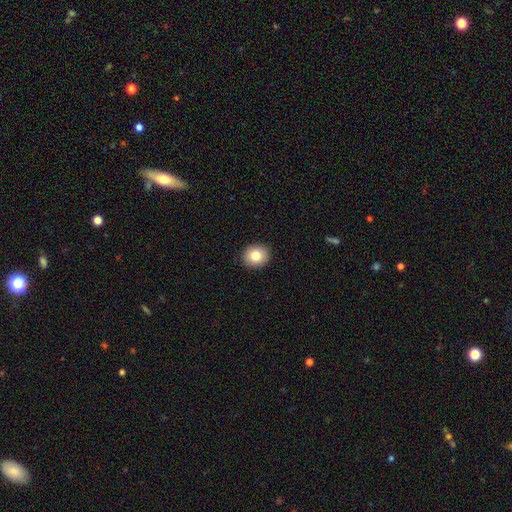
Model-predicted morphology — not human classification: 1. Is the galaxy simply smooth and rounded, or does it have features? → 82% smooth, 9% star or artifact, 9% featured or disk.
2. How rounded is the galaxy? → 76% round, 23% in between, 1% cigar-shaped.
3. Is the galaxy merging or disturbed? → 92% none, 6% minor disturbance, 2% major disturbance, 1% merger.